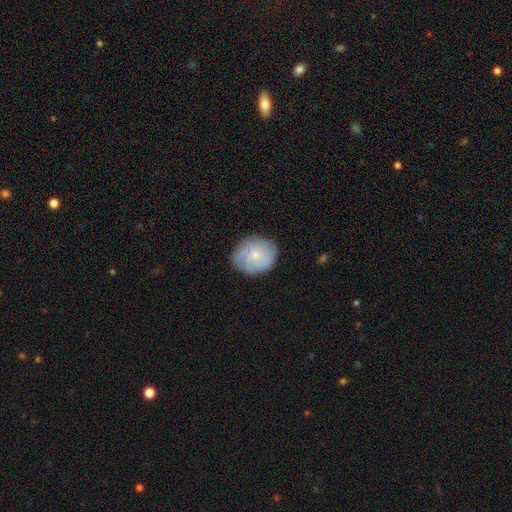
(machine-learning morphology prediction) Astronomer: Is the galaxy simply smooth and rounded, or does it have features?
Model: smooth — 50% (runner-up: featured or disk, 43%).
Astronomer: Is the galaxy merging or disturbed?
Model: none — 75%.